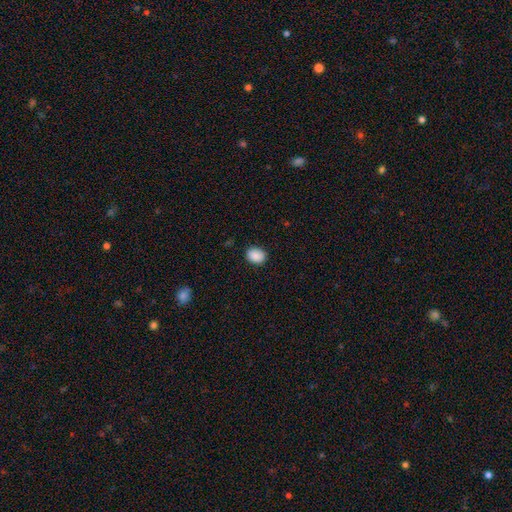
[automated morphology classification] Smooth or featured? Predicted: smooth (p=0.89). How rounded? Predicted: in between (p=0.54). Merging? Predicted: none (p=0.88).